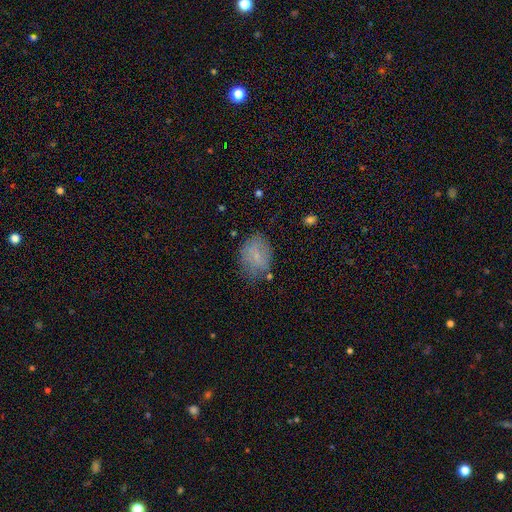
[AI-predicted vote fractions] Q: Smooth or featured?
A: smooth (67%); runner-up: featured or disk (22%)
Q: How rounded?
A: in between (68%); runner-up: round (30%)
Q: Merging?
A: none (65%); runner-up: minor disturbance (25%)